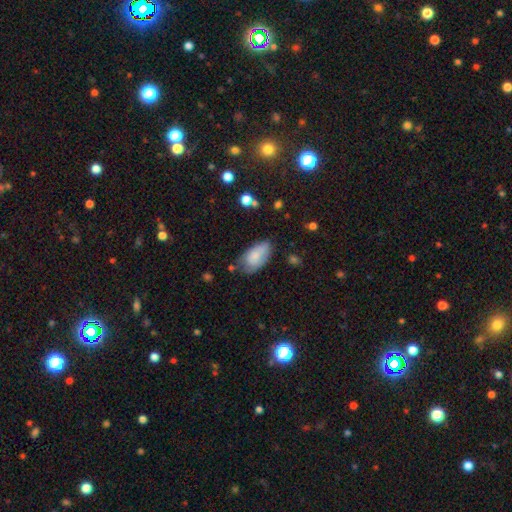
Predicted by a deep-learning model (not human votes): This appears to be a smooth galaxy with no disk features (78%) that is in between round and cigar-shaped (94%). Merging: none (54%).